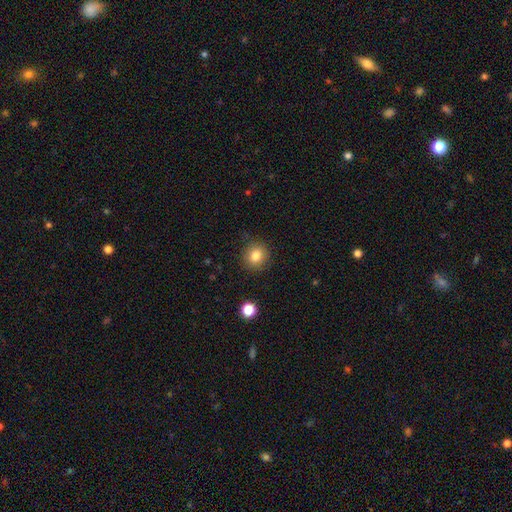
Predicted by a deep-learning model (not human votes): Smooth or featured? smooth (82%)
How rounded? round (86%)
Merging? none (89%)